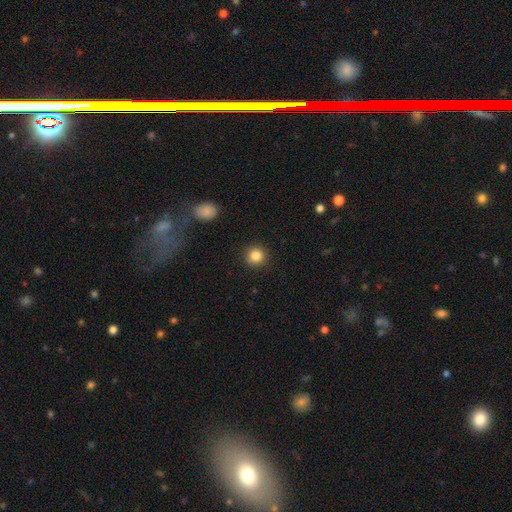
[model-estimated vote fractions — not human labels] Smooth or featured?
  - smooth: 85% *
  - star or artifact: 10%
  - featured or disk: 5%
How rounded?
  - round: 93% *
  - in between: 6%
  - cigar-shaped: 1%
Merging?
  - none: 91% *
  - minor disturbance: 6%
  - major disturbance: 2%
  - merger: 1%